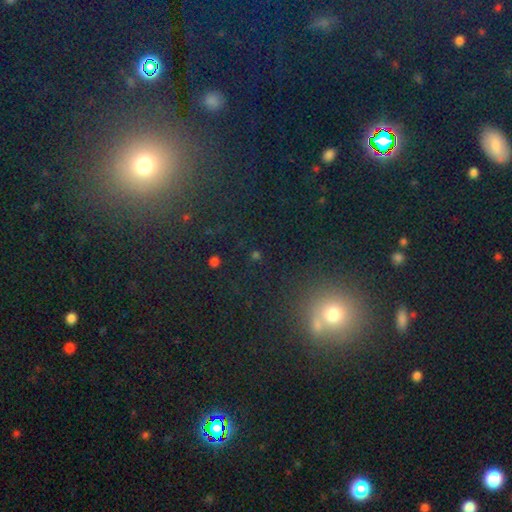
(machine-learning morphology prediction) This appears to be a star or artifact, not a galaxy (48%).